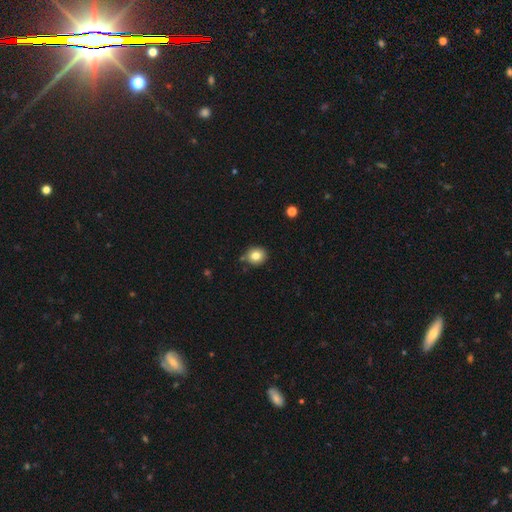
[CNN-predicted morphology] A smooth galaxy with no disk features (81%) that is round (85%).

Vote fractions:
- Smooth or featured? smooth: 81% / star or artifact: 11% / featured or disk: 9%
- How rounded? round: 85% / in between: 14% / cigar-shaped: 1%
- Merging? none: 80% / minor disturbance: 13% / merger: 5% / major disturbance: 3%